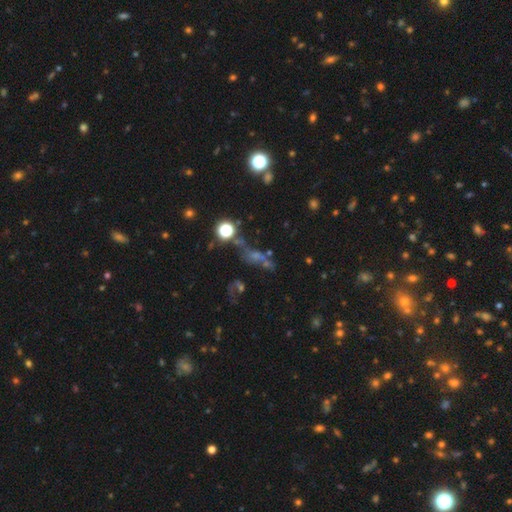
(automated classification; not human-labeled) A star or artifact, not a galaxy (48%).

Vote fractions:
- Smooth or featured? star or artifact: 48% / smooth: 29% / featured or disk: 23%